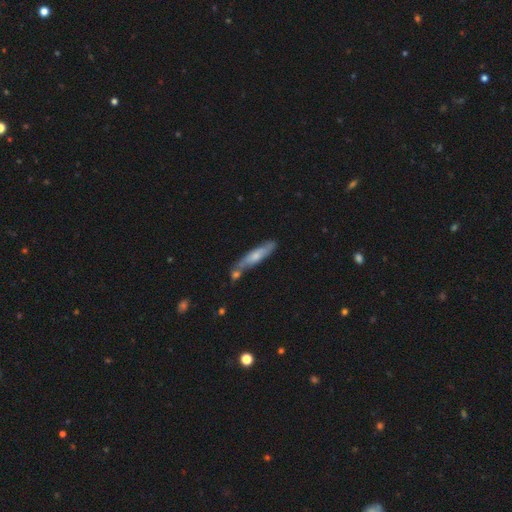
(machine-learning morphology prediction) smooth-or-featured: smooth: 54% | featured or disk: 39% | star or artifact: 6%
  how-rounded: cigar-shaped: 83% | in between: 16% | round: 2%
  merging: none: 56% | merger: 21% | minor disturbance: 18% | major disturbance: 5%